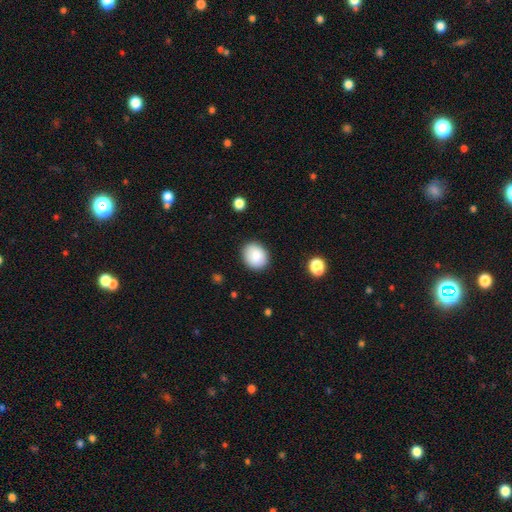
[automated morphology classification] Smooth or featured? smooth (86%)
How rounded? round (59%)
Merging? none (86%)